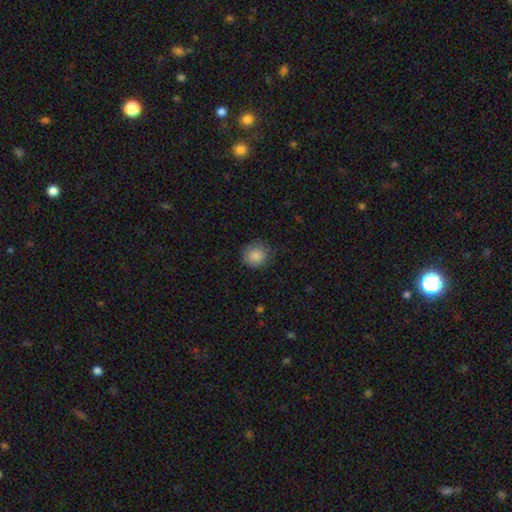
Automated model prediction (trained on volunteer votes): Overall: smooth (86%). How rounded: round (88%). Merging: none (79%).